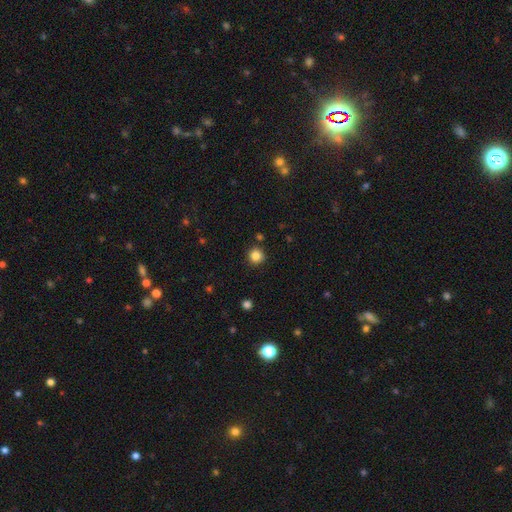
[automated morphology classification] Smooth or featured?
  - smooth: 85% *
  - star or artifact: 11%
  - featured or disk: 4%
How rounded?
  - round: 94% *
  - in between: 5%
  - cigar-shaped: 1%
Merging?
  - none: 88% *
  - minor disturbance: 7%
  - merger: 3%
  - major disturbance: 2%